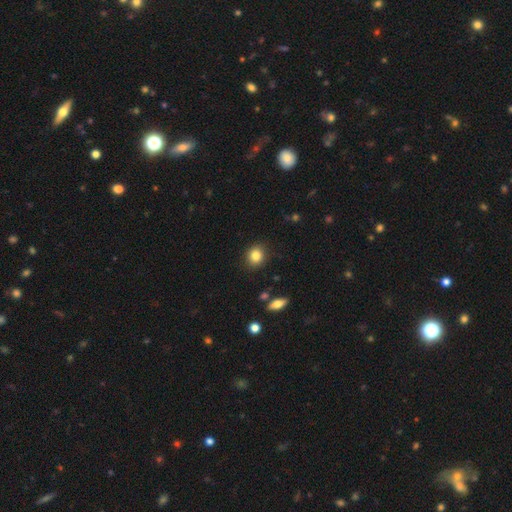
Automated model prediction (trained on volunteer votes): Q: Smooth or featured?
A: smooth (84%); runner-up: star or artifact (10%)
Q: How rounded?
A: round (76%); runner-up: in between (22%)
Q: Merging?
A: none (88%); runner-up: minor disturbance (8%)